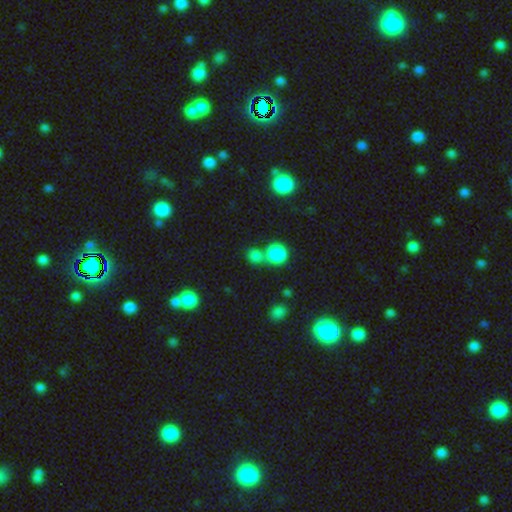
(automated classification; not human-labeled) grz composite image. It shows a smooth galaxy with no disk features (80%) that is round (83%). Merging: none (49%).